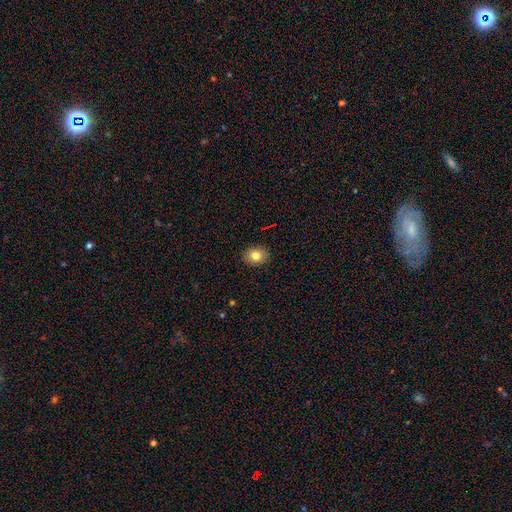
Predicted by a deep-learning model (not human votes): This is likely a smooth galaxy (79%). How rounded: possibly round (57%). Merging: clearly none (90%).